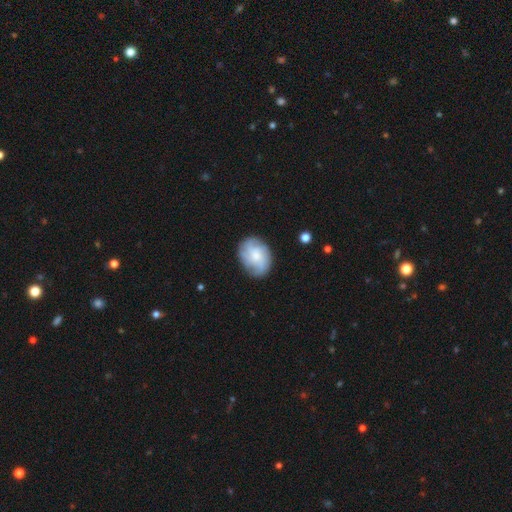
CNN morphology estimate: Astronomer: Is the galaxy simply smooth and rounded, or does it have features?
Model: featured or disk — 56% (runner-up: smooth, 37%).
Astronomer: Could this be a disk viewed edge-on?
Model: no — 97%.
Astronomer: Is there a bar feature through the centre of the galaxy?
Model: no — 69%.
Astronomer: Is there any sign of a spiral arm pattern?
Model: yes — 89%.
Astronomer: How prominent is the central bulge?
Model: small — 39% (runner-up: moderate, 38%).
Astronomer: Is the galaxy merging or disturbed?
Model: none — 77%.